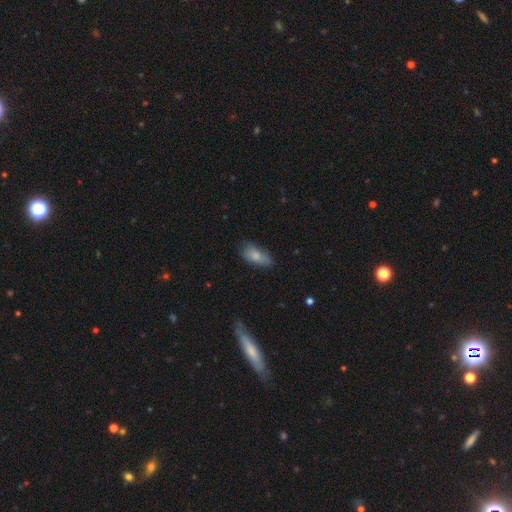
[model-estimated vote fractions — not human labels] Smooth or featured: smooth — 77% (featured or disk — 16%)
How rounded: in between — 85% (cigar-shaped — 11%)
Merging: none — 60% (minor disturbance — 29%)